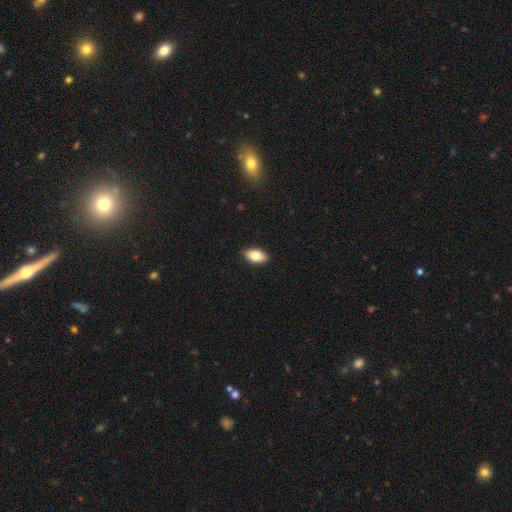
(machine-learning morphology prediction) Smooth or featured: smooth — 79% (featured or disk — 14%)
How rounded: in between — 92% (cigar-shaped — 5%)
Merging: none — 90% (minor disturbance — 8%)